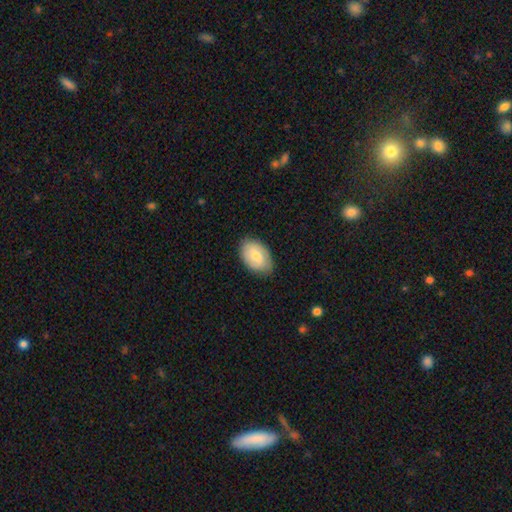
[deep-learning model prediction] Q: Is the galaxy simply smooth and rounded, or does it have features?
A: smooth — 53%.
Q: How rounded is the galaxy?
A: in between — 89%.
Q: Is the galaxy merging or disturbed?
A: none — 82%.